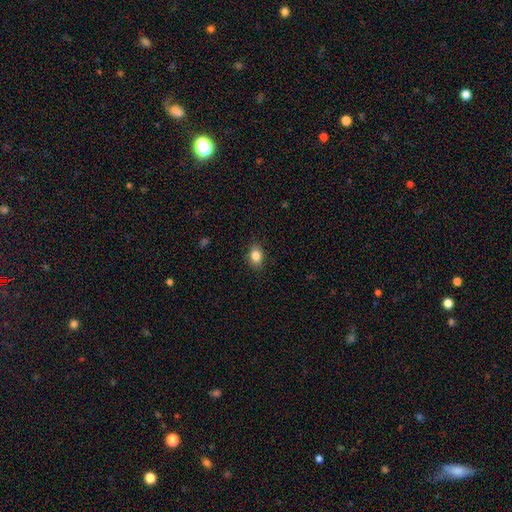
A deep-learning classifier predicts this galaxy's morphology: Smooth or featured: smooth — 85% (star or artifact — 9%)
How rounded: in between — 73% (round — 26%)
Merging: none — 88% (minor disturbance — 9%)